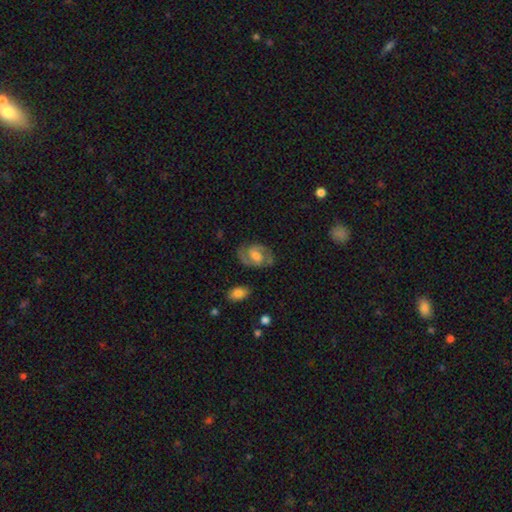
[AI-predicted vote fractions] smooth-or-featured: featured or disk: 79% | smooth: 15% | star or artifact: 6%
  disk-edge-on: no: 97% | yes: 3%
    bar: weak: 48% | no: 32% | strong: 20%
    has-spiral-arms: yes: 94% | no: 6%
      spiral-winding: medium: 56% | tight: 29% | loose: 15%
      spiral-arm-count: 2: 91% | can't tell: 4% | 1: 2% | 3: 1% | 4: 1% | more than 4: 1%
    bulge-size: moderate: 49% | small: 29% | large: 13% | none: 8% | dominant: 2%
  merging: none: 79% | minor disturbance: 14% | major disturbance: 5% | merger: 2%